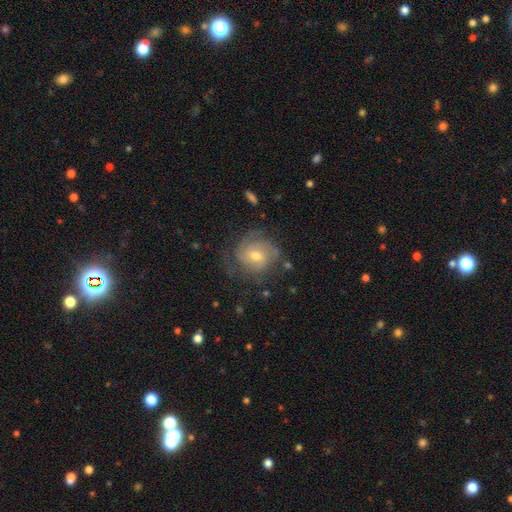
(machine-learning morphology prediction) Q: Smooth or featured?
A: featured or disk (73%); runner-up: smooth (19%)
Q: Edge-on disk?
A: no (97%); runner-up: yes (3%)
Q: Bar?
A: no (55%); runner-up: weak (38%)
Q: Spiral arms?
A: yes (91%); runner-up: no (9%)
Q: Spiral winding?
A: tight (59%); runner-up: medium (31%)
Q: Spiral arm count?
A: can't tell (37%); runner-up: 2 (26%)
Q: Bulge size?
A: moderate (60%); runner-up: small (35%)
Q: Merging?
A: none (66%); runner-up: minor disturbance (21%)